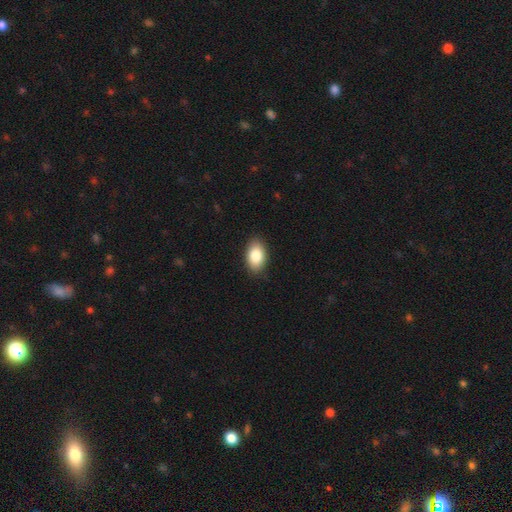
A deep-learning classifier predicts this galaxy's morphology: Overall: smooth (85%). How rounded: in between (91%). Merging: none (88%).